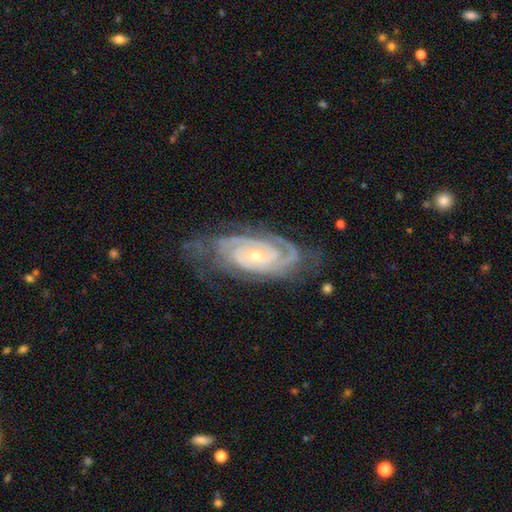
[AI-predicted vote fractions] Smooth or featured? featured or disk (90%)
Edge-on disk? no (95%)
Bar? no (68%)
Spiral arms? yes (98%)
Spiral winding? tight (77%)
Spiral arm count? 2 (45%)
Bulge size? small (68%)
Merging? none (66%)